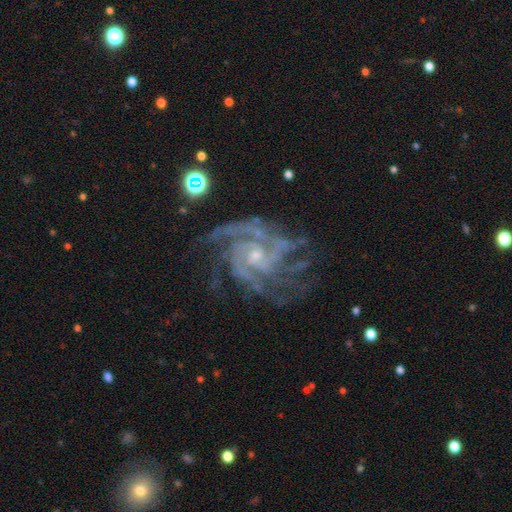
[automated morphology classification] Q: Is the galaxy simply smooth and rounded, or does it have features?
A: featured or disk — 91%.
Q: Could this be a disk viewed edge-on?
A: no — 98%.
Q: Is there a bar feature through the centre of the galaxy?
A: no — 62%.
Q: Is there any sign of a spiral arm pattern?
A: yes — 98%.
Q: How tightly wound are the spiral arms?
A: tight — 53%.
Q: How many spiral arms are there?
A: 3 — 26%.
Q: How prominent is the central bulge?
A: small — 69%.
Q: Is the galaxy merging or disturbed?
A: none — 64%.